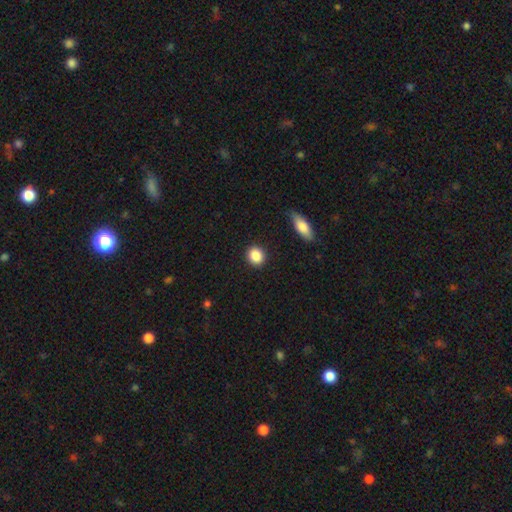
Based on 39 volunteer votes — Volunteers were most divided on "how rounded": round: 59%, in between: 41%, cigar-shaped: 0%. More confident: smooth or featured — smooth (87%); merging — none (83%).